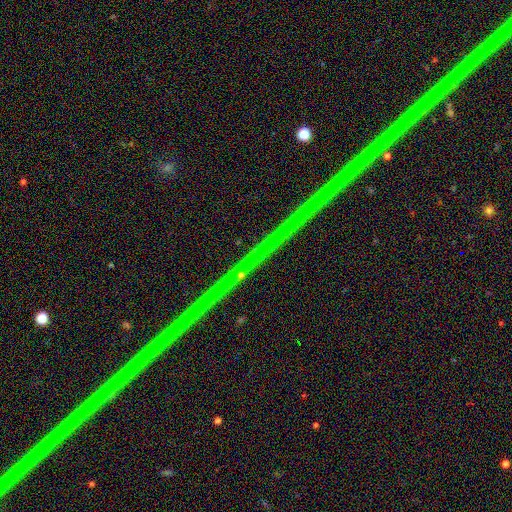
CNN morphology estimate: Overall: star or artifact (89%).